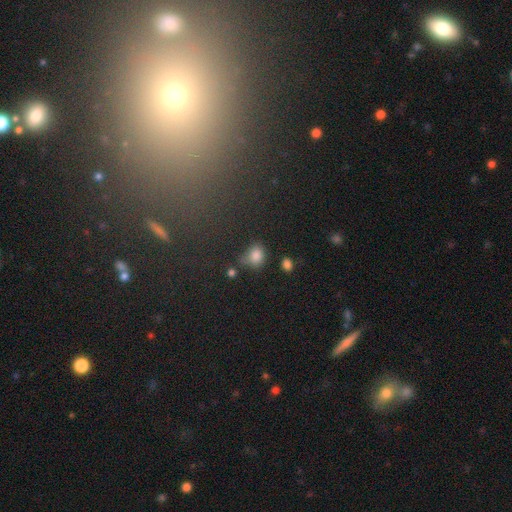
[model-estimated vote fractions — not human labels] A smooth galaxy with no disk features (83%) that is round (53%). Merging: none (49%).